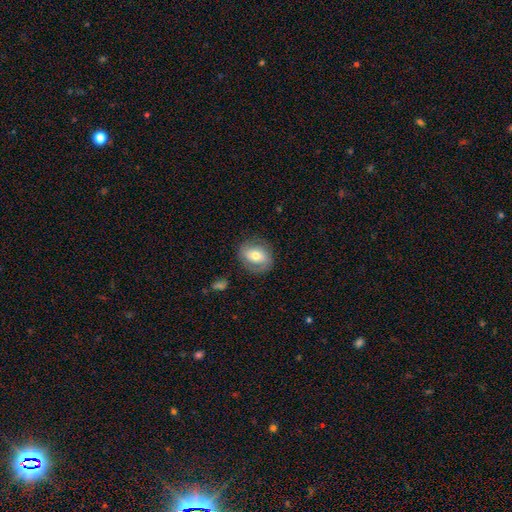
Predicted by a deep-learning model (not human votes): smooth-or-featured: smooth: 50% | featured or disk: 42% | star or artifact: 7%
  how-rounded: round: 49% (tied) | in between: 49% (tied) | cigar-shaped: 1%
  merging: none: 77% | minor disturbance: 15% | major disturbance: 7% | merger: 2%